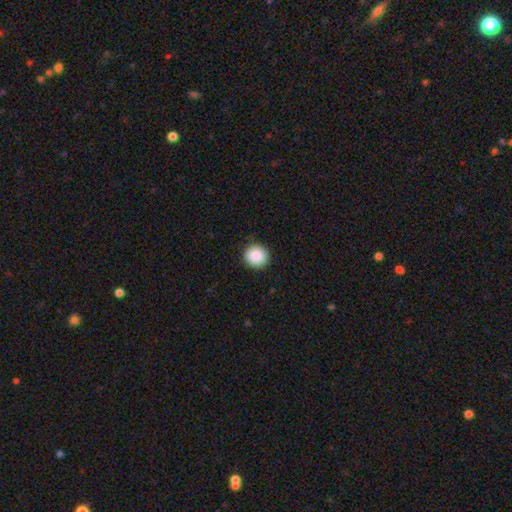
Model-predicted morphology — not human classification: The model was most divided on "smooth or featured": smooth: 89%, star or artifact: 8%, featured or disk: 3%. More confident: how rounded — round (92%); merging — none (91%).